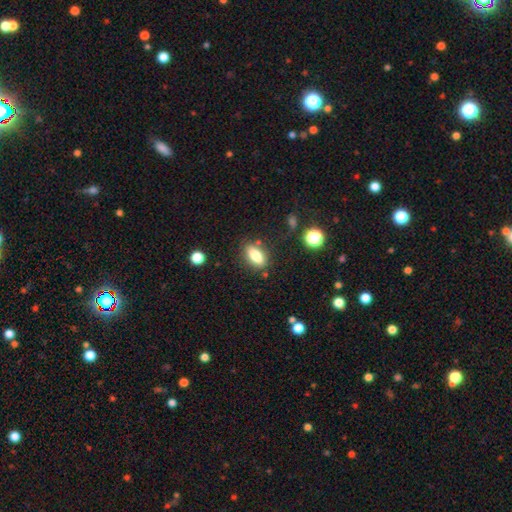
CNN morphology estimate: Smooth or featured? smooth (80%)
How rounded? in between (81%)
Merging? none (81%)